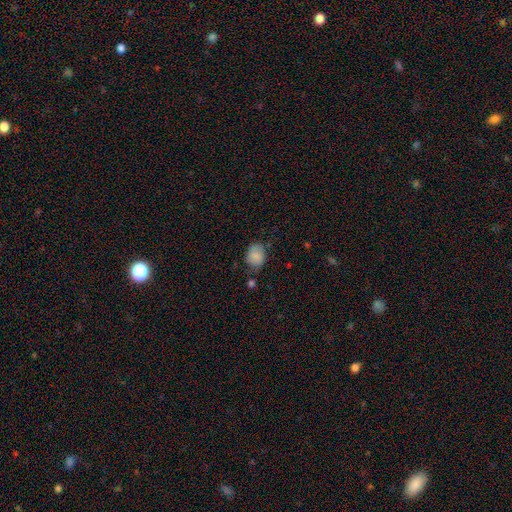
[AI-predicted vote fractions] Smooth or featured?
  - smooth: 83% *
  - featured or disk: 9%
  - star or artifact: 8%
How rounded?
  - in between: 60% *
  - round: 39%
  - cigar-shaped: 1%
Merging?
  - none: 65% *
  - minor disturbance: 25%
  - major disturbance: 6%
  - merger: 4%